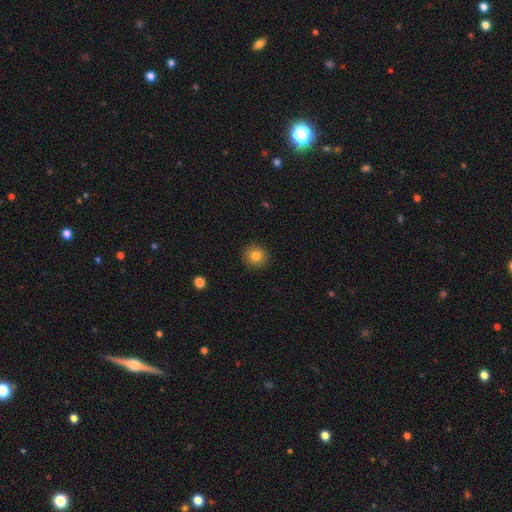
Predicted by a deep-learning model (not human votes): Smooth or featured? Predicted: smooth (p=0.81). How rounded? Predicted: round (p=0.90). Merging? Predicted: none (p=0.91).